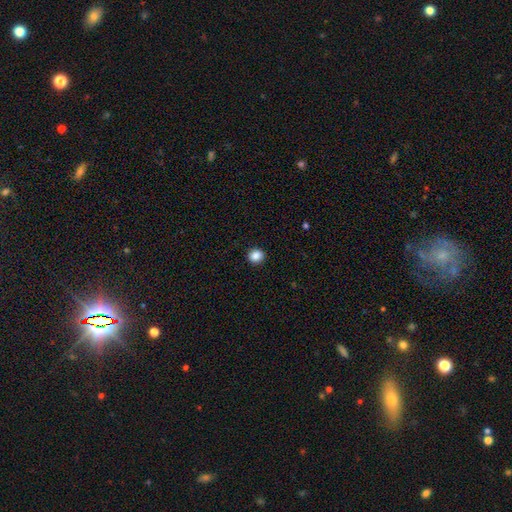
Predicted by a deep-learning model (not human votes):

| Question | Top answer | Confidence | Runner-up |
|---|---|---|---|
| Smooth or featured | smooth | 87% | star or artifact (10%) |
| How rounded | round | 85% | in between (14%) |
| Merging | none | 92% | minor disturbance (6%) |